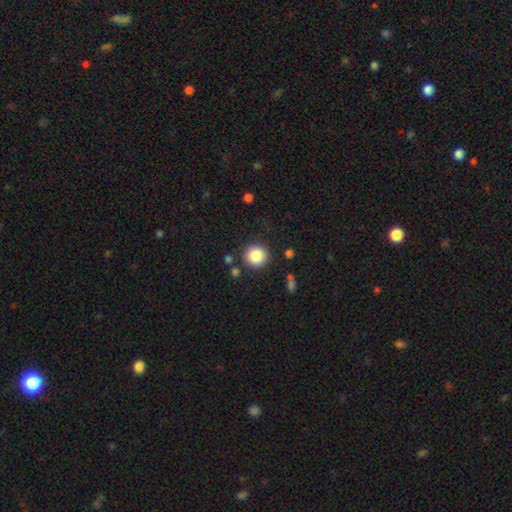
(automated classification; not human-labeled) The model was most divided on "smooth or featured": smooth: 85%, star or artifact: 9%, featured or disk: 5%. More confident: how rounded — round (94%); merging — none (88%).